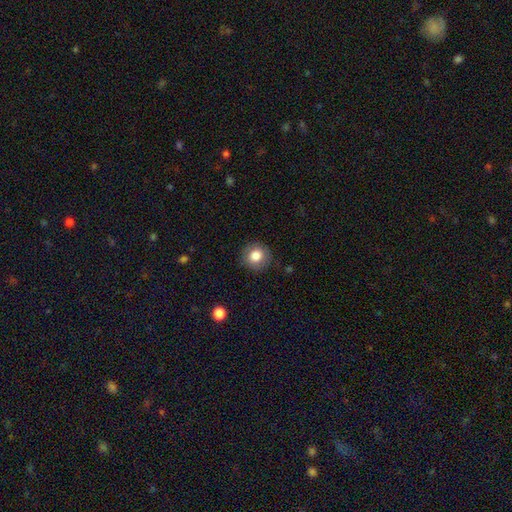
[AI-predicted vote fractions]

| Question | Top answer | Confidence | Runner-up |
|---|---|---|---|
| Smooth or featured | smooth | 82% | featured or disk (10%) |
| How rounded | round | 91% | in between (9%) |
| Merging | none | 87% | minor disturbance (9%) |